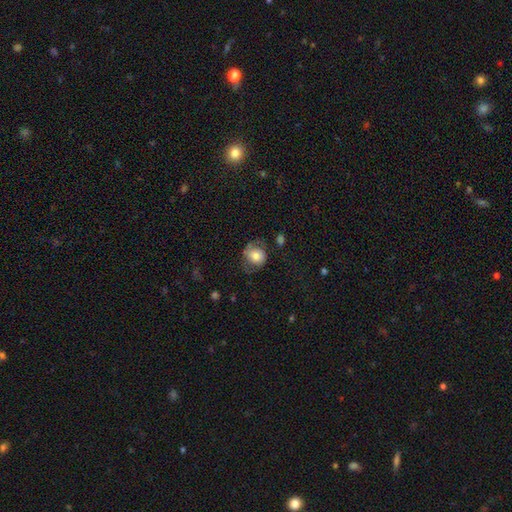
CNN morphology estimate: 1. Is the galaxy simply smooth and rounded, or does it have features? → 65% smooth, 27% featured or disk, 8% star or artifact.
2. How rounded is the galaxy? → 72% round, 27% in between, 1% cigar-shaped.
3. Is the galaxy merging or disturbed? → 54% none, 25% minor disturbance, 19% major disturbance, 3% merger.